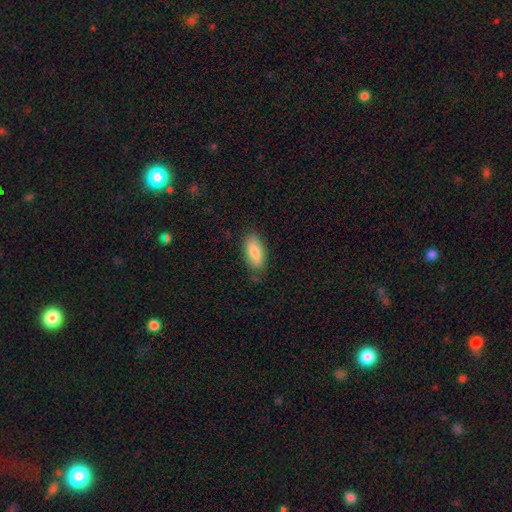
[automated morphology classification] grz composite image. It shows a smooth galaxy with no disk features (82%) that is in between round and cigar-shaped (86%). Merging: none (77%).